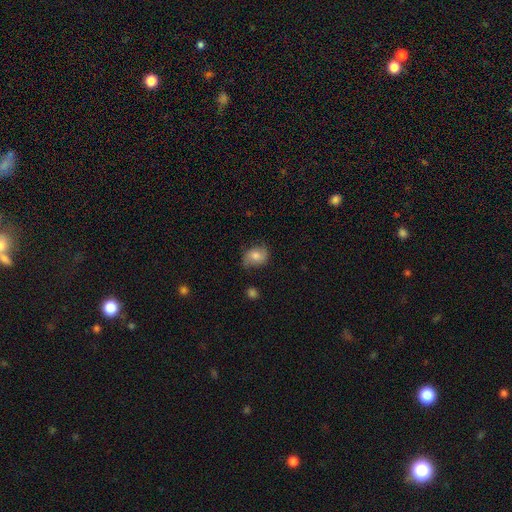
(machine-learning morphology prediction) This is likely a smooth galaxy (67%). How rounded: possibly in between (60%). Merging: likely none (62%).